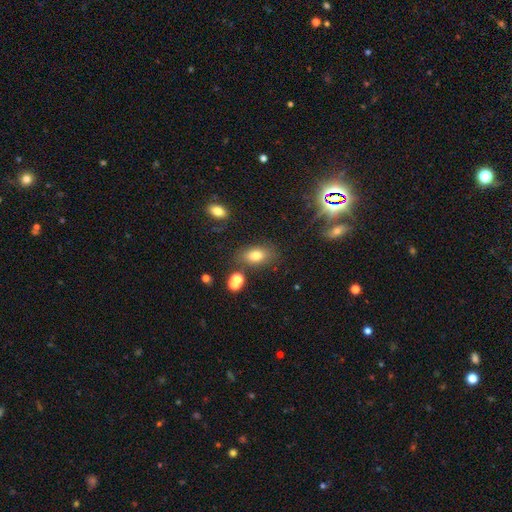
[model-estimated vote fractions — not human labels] Morphology: type=smooth (76%); roundness=in between (84%); merging=none (73%).